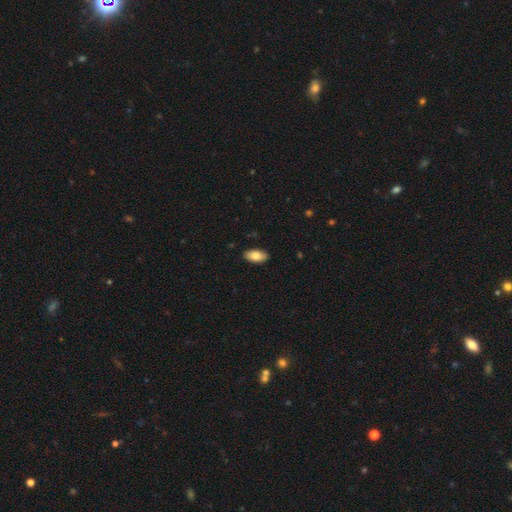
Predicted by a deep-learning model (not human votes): This appears to be a smooth galaxy with no disk features (84%) that is in between round and cigar-shaped (94%). Merging: none (89%).